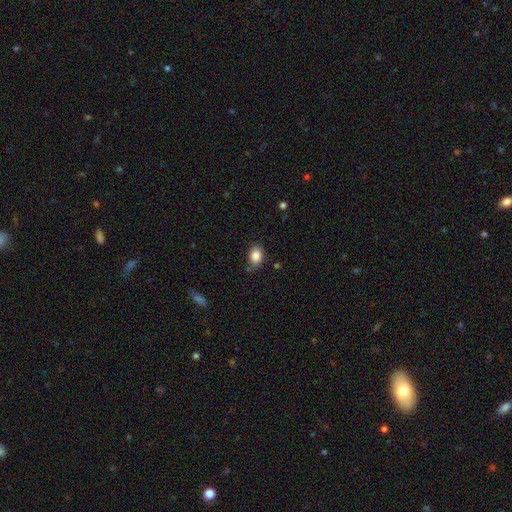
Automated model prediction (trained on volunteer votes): This appears to be a smooth galaxy with no disk features (86%) that is in between round and cigar-shaped (80%). Merging: none (79%).